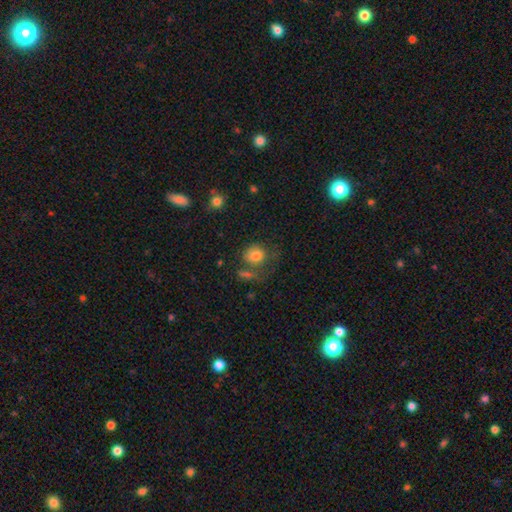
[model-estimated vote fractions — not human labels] Smooth or featured? Predicted: smooth (p=0.80). How rounded? Predicted: round (p=0.75). Merging? Predicted: none (p=0.51).